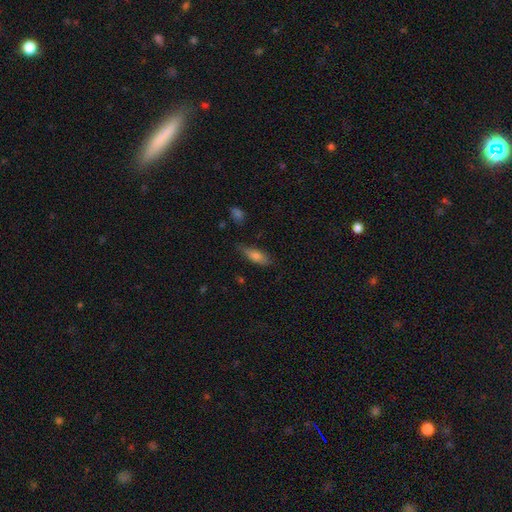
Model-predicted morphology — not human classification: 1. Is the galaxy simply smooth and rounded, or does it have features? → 73% smooth, 19% featured or disk, 8% star or artifact.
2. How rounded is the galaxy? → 60% in between, 38% cigar-shaped, 3% round.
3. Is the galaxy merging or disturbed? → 70% none, 23% minor disturbance, 5% major disturbance, 2% merger.